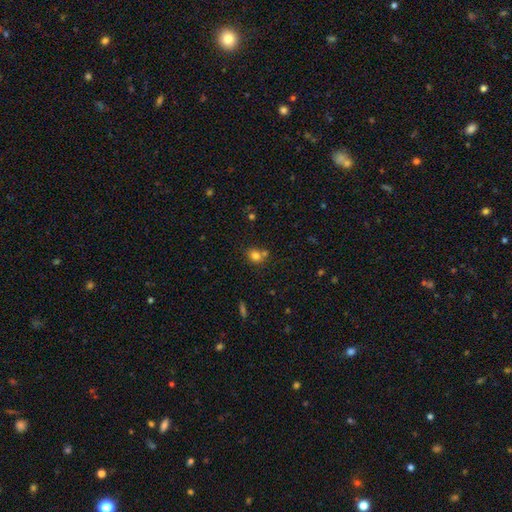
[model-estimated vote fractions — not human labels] Morphology: type=smooth (78%); roundness=round (67%); merging=none (55%).